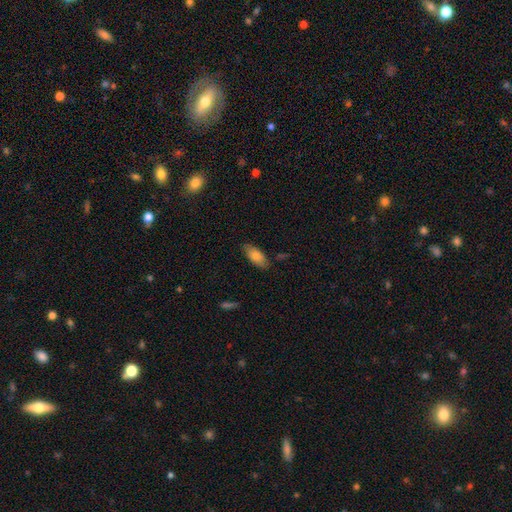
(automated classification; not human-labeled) A smooth galaxy with no disk features (76%) that is in between round and cigar-shaped (87%). Merging: none (80%).